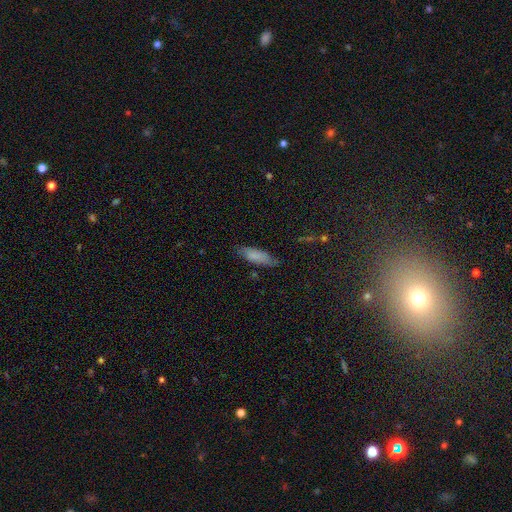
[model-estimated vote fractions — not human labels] A smooth galaxy with no disk features (76%) that is in between round and cigar-shaped (51%). Merging: none (73%).